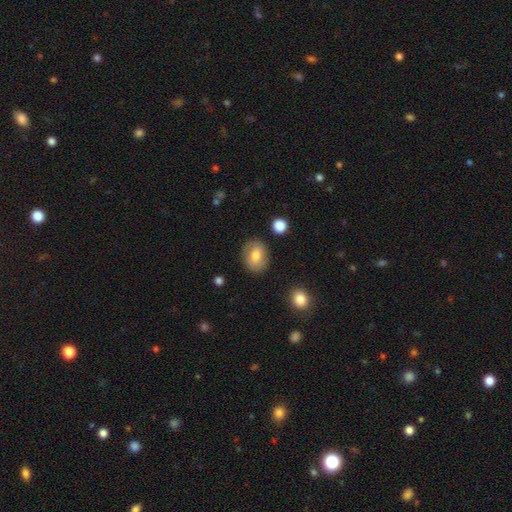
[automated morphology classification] Overall: smooth (73%). How rounded: in between (61%; round 37%). Merging: none (83%).